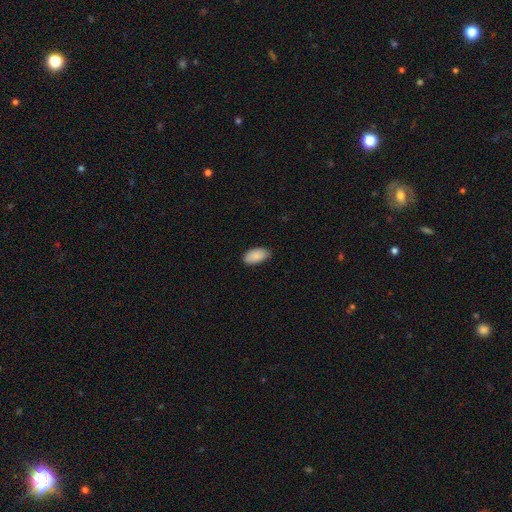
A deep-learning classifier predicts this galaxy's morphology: Q: Smooth or featured?
A: smooth (89%); runner-up: star or artifact (7%)
Q: How rounded?
A: in between (95%); runner-up: round (3%)
Q: Merging?
A: none (81%); runner-up: minor disturbance (16%)